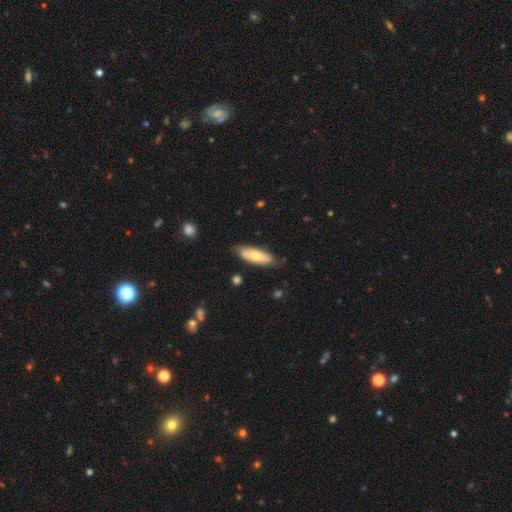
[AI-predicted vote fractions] Smooth or featured?
  - smooth: 63% *
  - featured or disk: 32%
  - star or artifact: 6%
How rounded?
  - in between: 64% *
  - cigar-shaped: 34%
  - round: 2%
Merging?
  - none: 77% *
  - minor disturbance: 18%
  - major disturbance: 3%
  - merger: 2%